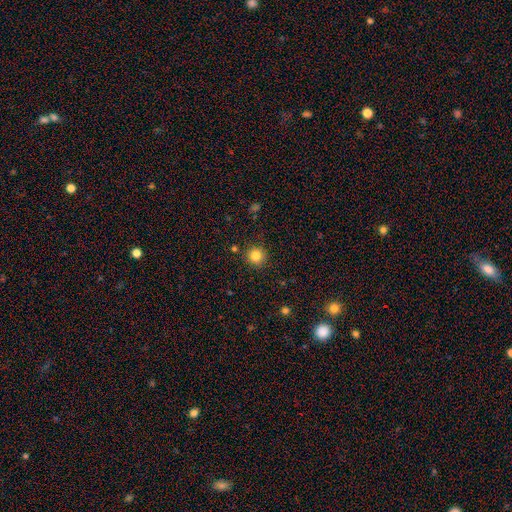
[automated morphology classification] smooth_or_featured: smooth (p=0.83) [alt: star or artifact p=0.12]
how_rounded: round (p=0.94) [alt: in between p=0.05]
merging: none (p=0.88) [alt: minor disturbance p=0.07]